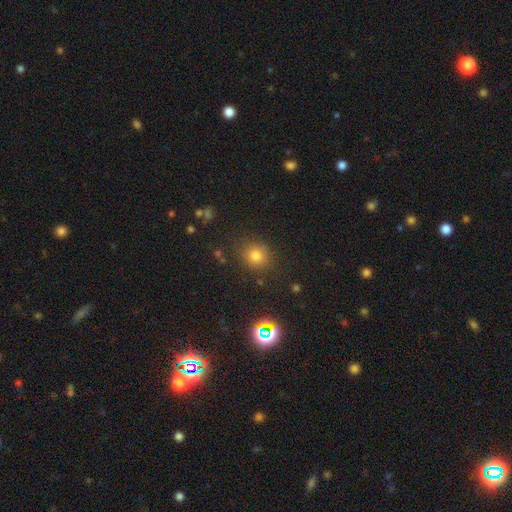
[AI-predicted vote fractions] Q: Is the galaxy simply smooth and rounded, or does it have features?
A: smooth — 70%.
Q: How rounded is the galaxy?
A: round — 87%.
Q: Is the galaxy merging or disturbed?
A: none — 86%.